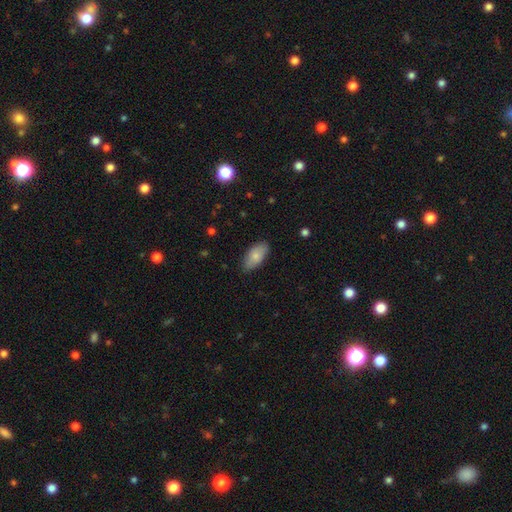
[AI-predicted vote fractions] Overall: smooth (81%). How rounded: in between (92%). Merging: none (83%).